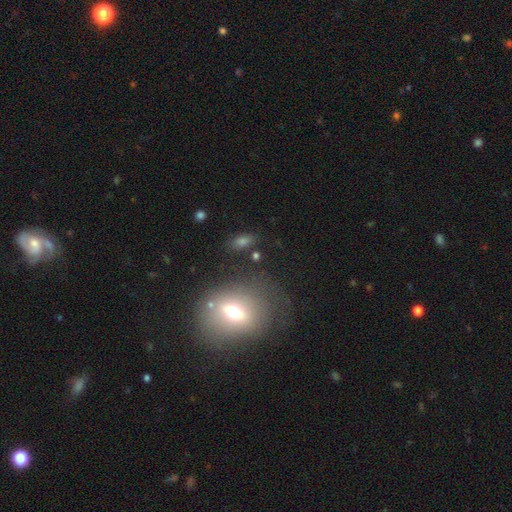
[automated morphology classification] This appears to be a smooth galaxy with no disk features (55%) that is in between round and cigar-shaped (63%). Merging: none (67%).